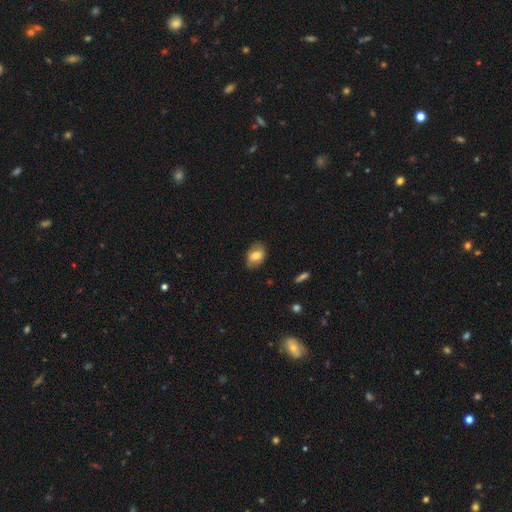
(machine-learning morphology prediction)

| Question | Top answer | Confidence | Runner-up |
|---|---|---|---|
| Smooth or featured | smooth | 72% | featured or disk (21%) |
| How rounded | in between | 83% | round (16%) |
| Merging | none | 81% | minor disturbance (15%) |